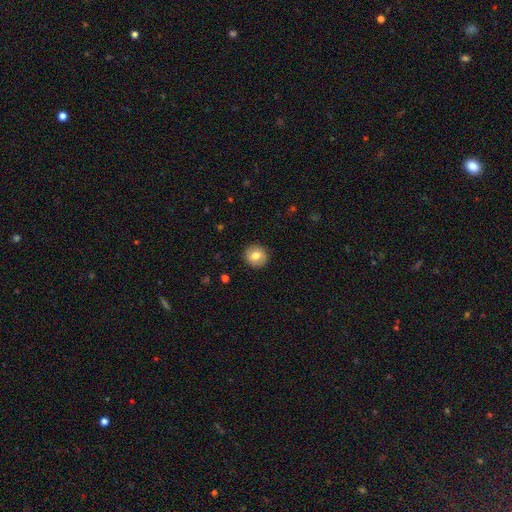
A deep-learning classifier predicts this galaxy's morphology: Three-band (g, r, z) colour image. It shows a smooth galaxy with no disk features (78%) that is round (91%). Merging: none (91%).